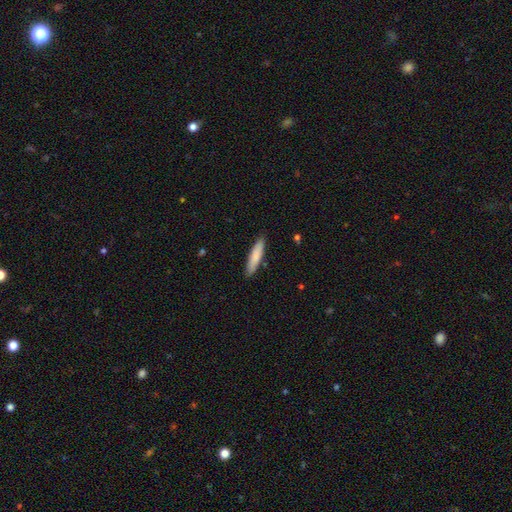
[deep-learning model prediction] Smooth or featured: smooth — 80% (featured or disk — 14%)
How rounded: cigar-shaped — 83% (in between — 16%)
Merging: none — 88% (minor disturbance — 9%)